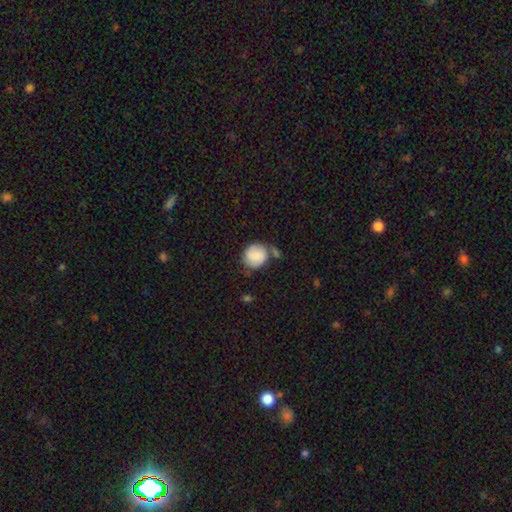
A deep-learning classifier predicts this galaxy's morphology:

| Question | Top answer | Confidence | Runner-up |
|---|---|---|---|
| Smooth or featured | smooth | 77% | featured or disk (16%) |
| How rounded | round | 81% | in between (18%) |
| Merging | none | 53% | minor disturbance (21%) |